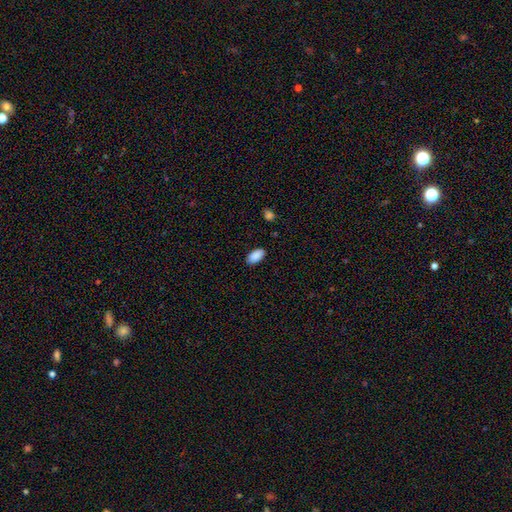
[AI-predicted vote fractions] Overall: smooth (90%). How rounded: in between (95%). Merging: none (87%).